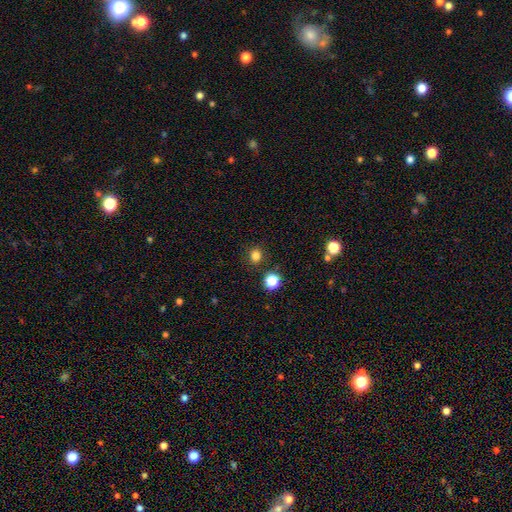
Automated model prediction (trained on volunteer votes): A smooth galaxy with no disk features (81%) that is round (80%). Merging: none (87%).